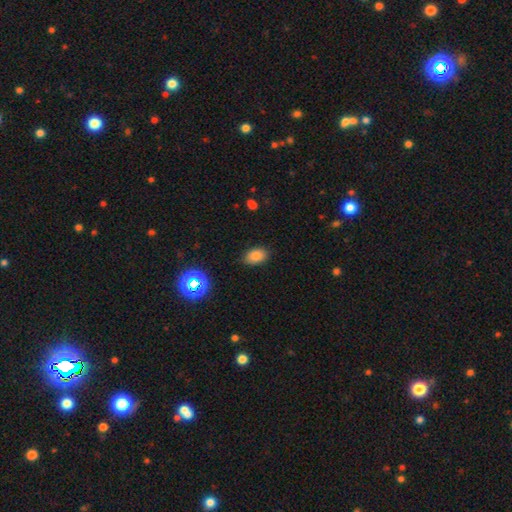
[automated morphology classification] smooth 81%, star or artifact 13%, featured or disk 7%. Down the decision tree: how rounded — in between (83%); merging — none (84%).